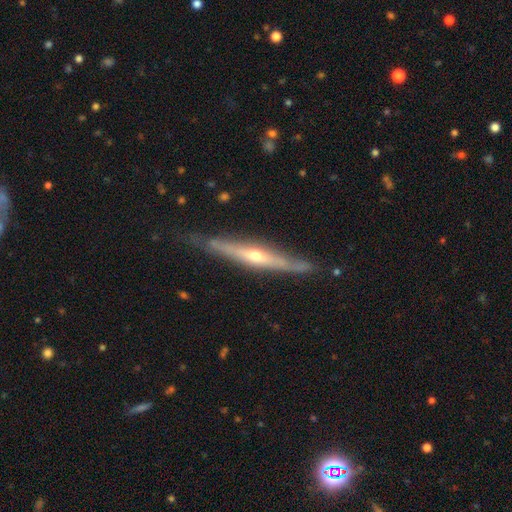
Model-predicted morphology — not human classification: smooth_or_featured: featured or disk (p=0.75) [alt: smooth p=0.20]
disk_edge_on: yes (p=0.93) [alt: no p=0.07]
edge_on_bulge: rounded (p=0.83) [alt: none p=0.13]
merging: none (p=0.79) [alt: minor disturbance p=0.16]